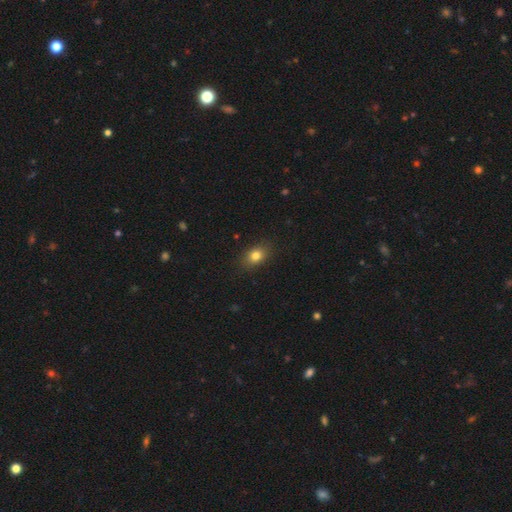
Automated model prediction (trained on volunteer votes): The model was most divided on "how rounded": in between: 69%, round: 28%, cigar-shaped: 2%. More confident: merging — none (85%); smooth or featured — smooth (80%).